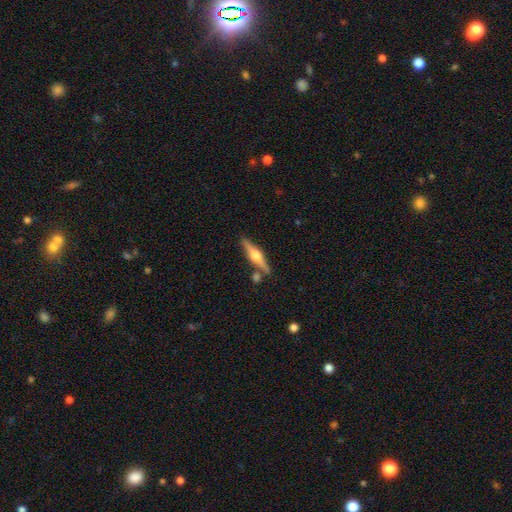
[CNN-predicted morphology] Smooth or featured? featured or disk (73%)
Edge-on disk? yes (97%)
Edge-on bulge? rounded (95%)
Merging? none (80%)